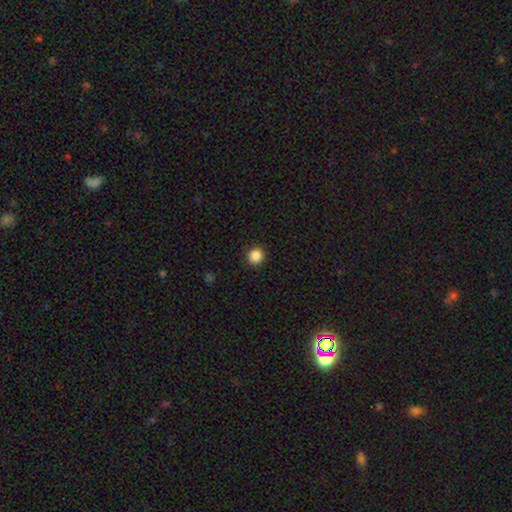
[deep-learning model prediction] Overall: smooth (87%). How rounded: round (94%). Merging: none (92%).